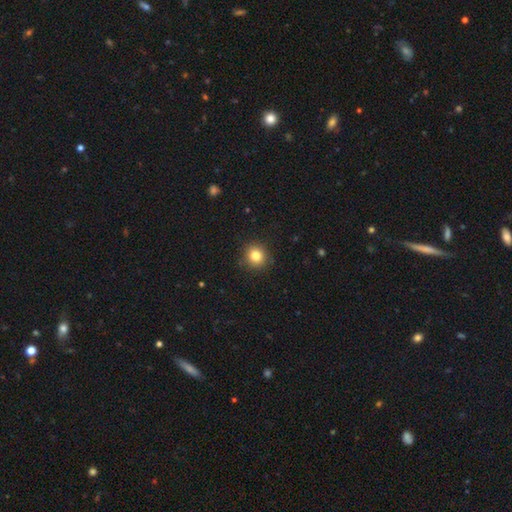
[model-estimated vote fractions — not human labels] smooth_or_featured: smooth (p=0.83) [alt: star or artifact p=0.11]
how_rounded: round (p=0.89) [alt: in between p=0.10]
merging: none (p=0.90) [alt: minor disturbance p=0.07]